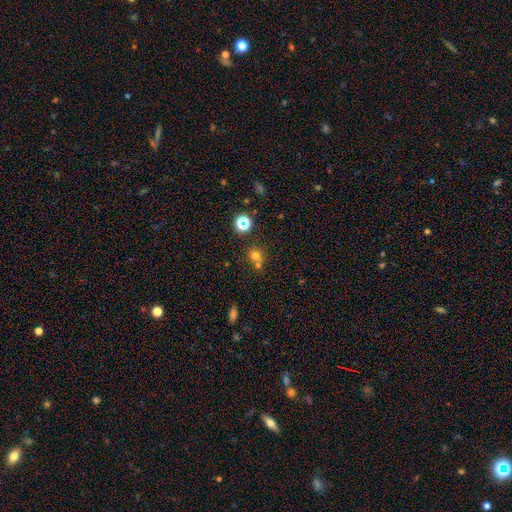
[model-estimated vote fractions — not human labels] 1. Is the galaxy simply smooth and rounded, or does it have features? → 66% smooth, 23% star or artifact, 11% featured or disk.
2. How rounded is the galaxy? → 86% round, 13% in between, 1% cigar-shaped.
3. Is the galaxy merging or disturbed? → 56% none, 33% merger, 8% minor disturbance, 3% major disturbance.